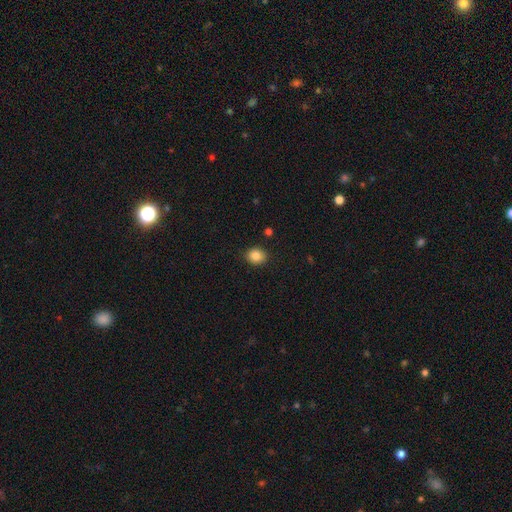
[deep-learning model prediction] smooth-or-featured: smooth: 86% | star or artifact: 9% | featured or disk: 5%
  how-rounded: round: 64% | in between: 35% | cigar-shaped: 1%
  merging: none: 90% | minor disturbance: 7% | major disturbance: 2% | merger: 1%